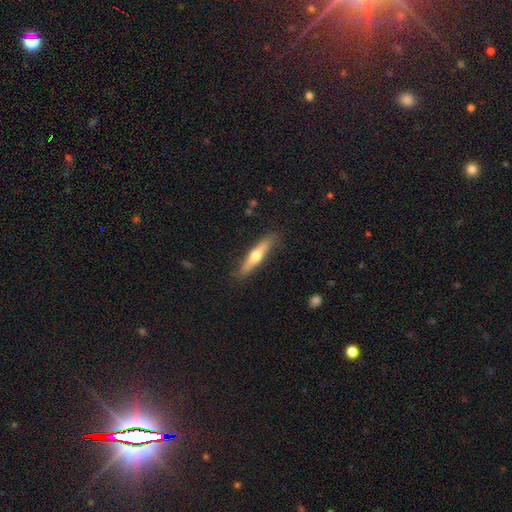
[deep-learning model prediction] Q: Smooth or featured?
A: smooth (48%); runner-up: featured or disk (47%)
Q: Merging?
A: none (87%); runner-up: minor disturbance (10%)